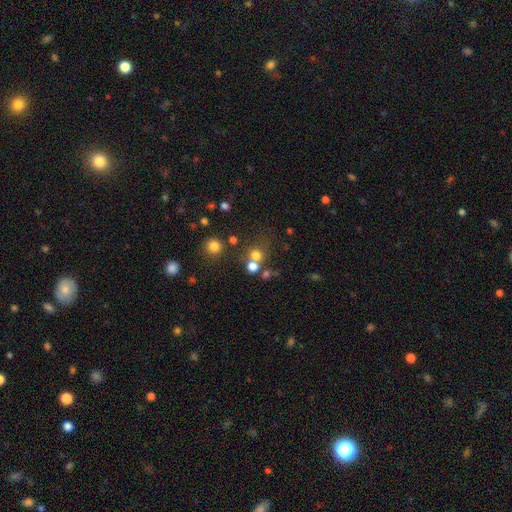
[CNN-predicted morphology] smooth 70%, star or artifact 20%, featured or disk 10%. Down the decision tree: how rounded — round (86%); merging — none (56%).